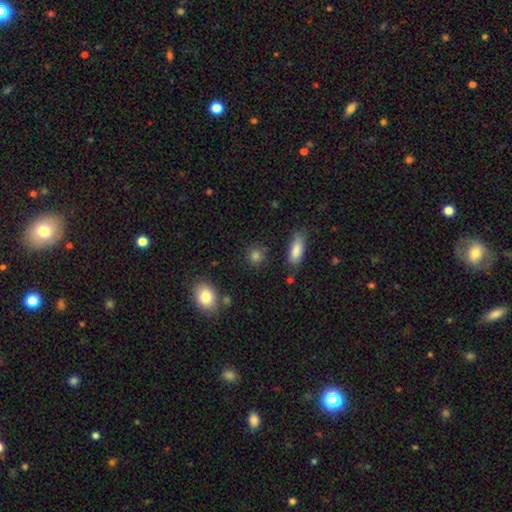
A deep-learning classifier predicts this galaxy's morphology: Q: Smooth or featured?
A: smooth (83%); runner-up: star or artifact (11%)
Q: How rounded?
A: round (81%); runner-up: in between (16%)
Q: Merging?
A: none (83%); runner-up: minor disturbance (10%)